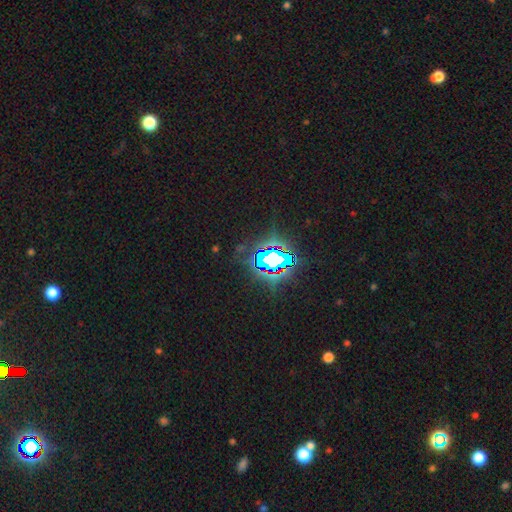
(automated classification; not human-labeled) smooth-or-featured: star or artifact: 83% | smooth: 10% | featured or disk: 7%